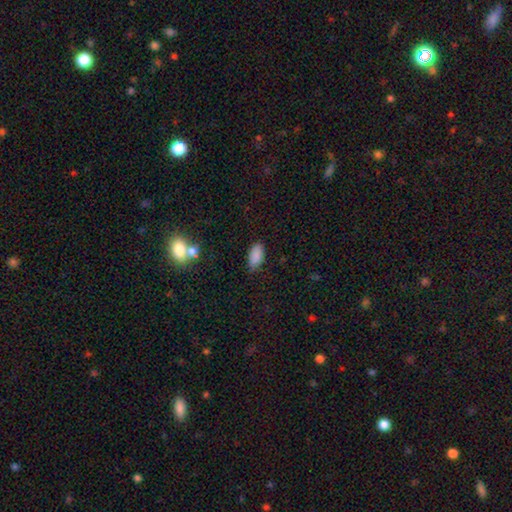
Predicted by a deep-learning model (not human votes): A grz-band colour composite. It shows a smooth galaxy with no disk features (86%) that is in between round and cigar-shaped (91%). Merging: none (78%).